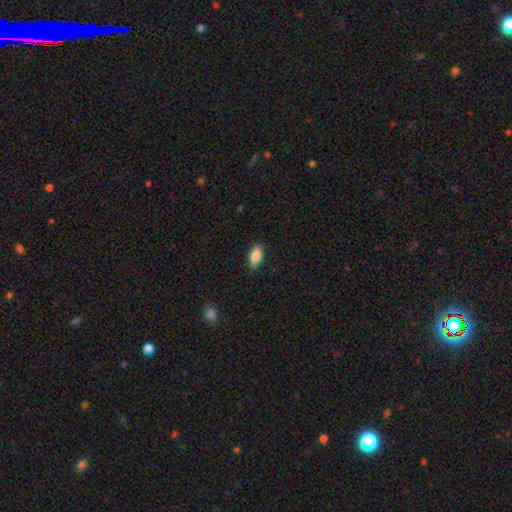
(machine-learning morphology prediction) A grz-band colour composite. It shows a smooth galaxy with no disk features (88%) that is in between round and cigar-shaped (91%). Merging: none (86%).